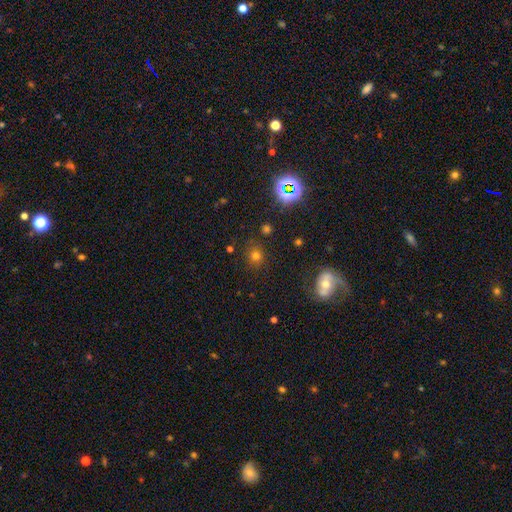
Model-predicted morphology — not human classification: Overall: smooth (68%). How rounded: round (82%). Merging: none (82%).